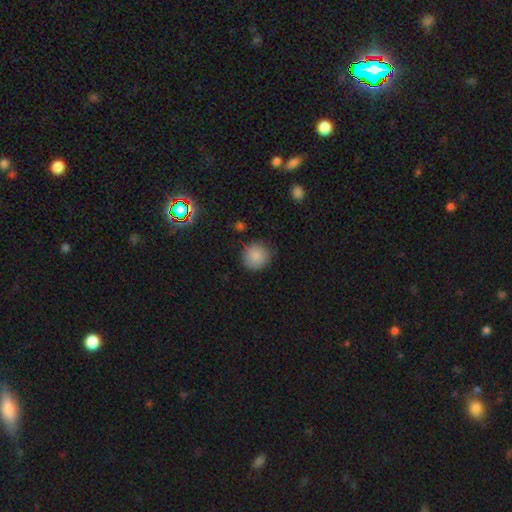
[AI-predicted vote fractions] Overall: smooth (85%). How rounded: round (92%). Merging: none (83%).